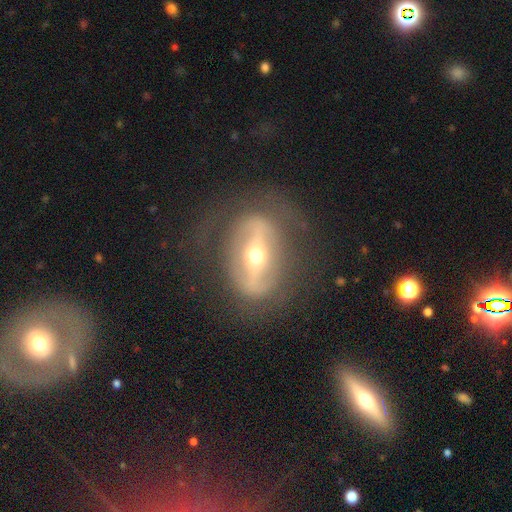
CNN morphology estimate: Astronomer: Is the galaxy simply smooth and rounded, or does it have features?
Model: featured or disk — 78%.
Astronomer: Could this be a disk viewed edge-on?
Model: no — 85%.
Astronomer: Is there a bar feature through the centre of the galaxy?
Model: strong — 72%.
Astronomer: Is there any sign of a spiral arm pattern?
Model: no — 54% (runner-up: yes, 46%).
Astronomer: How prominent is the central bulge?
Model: moderate — 54% (runner-up: small, 41%).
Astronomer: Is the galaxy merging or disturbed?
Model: none — 69%.